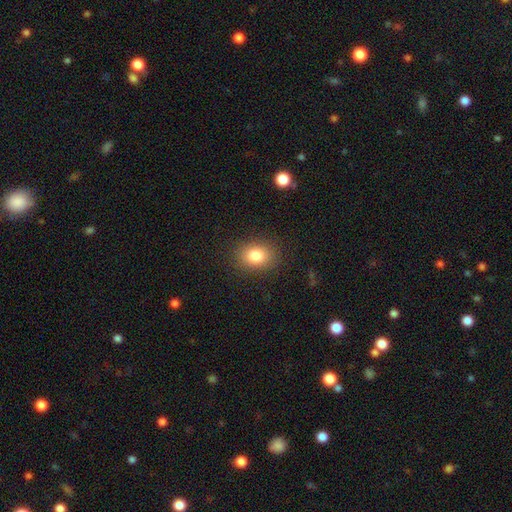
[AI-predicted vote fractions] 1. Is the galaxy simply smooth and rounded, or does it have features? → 83% smooth, 10% star or artifact, 7% featured or disk.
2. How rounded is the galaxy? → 61% in between, 38% round, 1% cigar-shaped.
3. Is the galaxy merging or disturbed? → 87% none, 9% minor disturbance, 3% major disturbance, 1% merger.